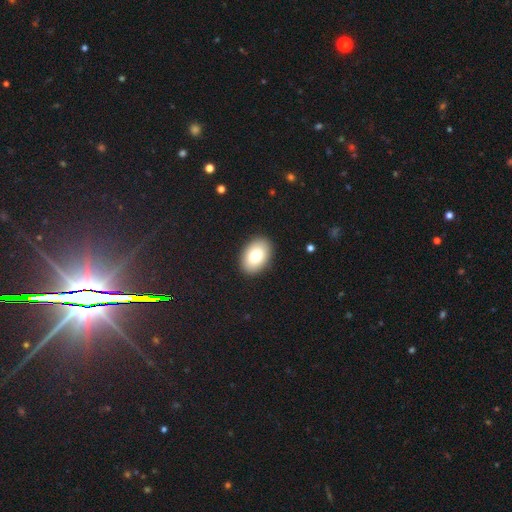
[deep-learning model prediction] Smooth or featured? smooth (81%)
How rounded? in between (85%)
Merging? none (90%)